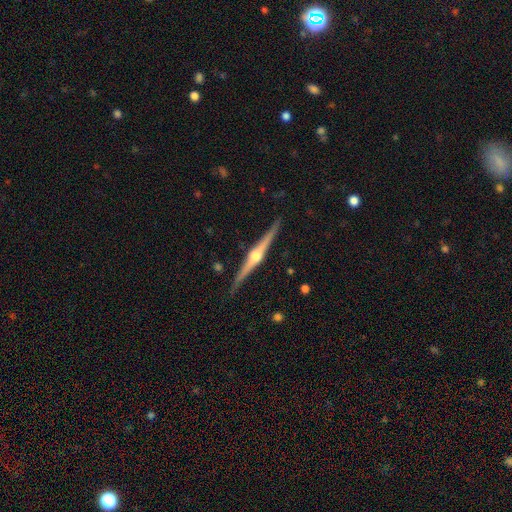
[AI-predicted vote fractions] Morphology: type=featured or disk (85%); edge-on=yes (99%); edge-on bulge=rounded (95%); merging=none (90%).